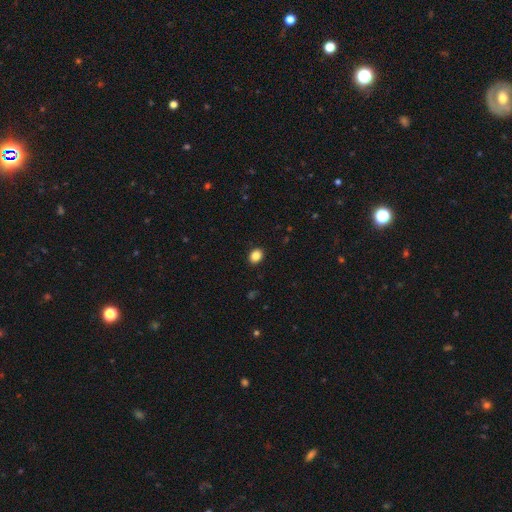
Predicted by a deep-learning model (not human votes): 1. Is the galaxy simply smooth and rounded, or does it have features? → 87% smooth, 9% star or artifact, 3% featured or disk.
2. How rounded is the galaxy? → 54% in between, 45% round, 1% cigar-shaped.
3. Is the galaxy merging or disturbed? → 91% none, 6% minor disturbance, 2% major disturbance, 1% merger.